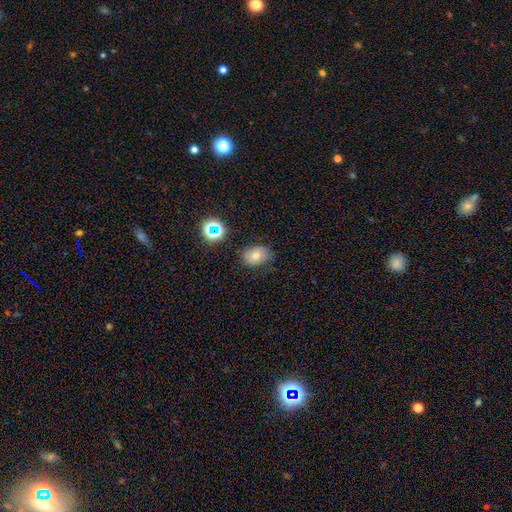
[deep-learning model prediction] smooth 71%, star or artifact 15%, featured or disk 14%. Down the decision tree: how rounded — in between (70%); merging — none (77%).